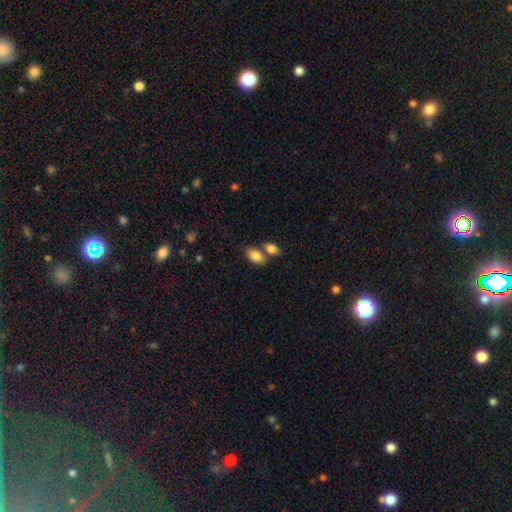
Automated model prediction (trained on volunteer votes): Q: Smooth or featured?
A: smooth (86%); runner-up: star or artifact (7%)
Q: How rounded?
A: in between (92%); runner-up: round (6%)
Q: Merging?
A: none (51%); runner-up: merger (34%)